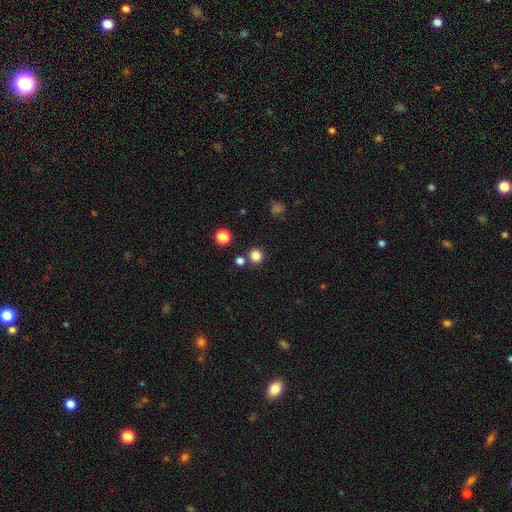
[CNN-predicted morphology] Overall: smooth (83%). How rounded: round (92%). Merging: none (81%).